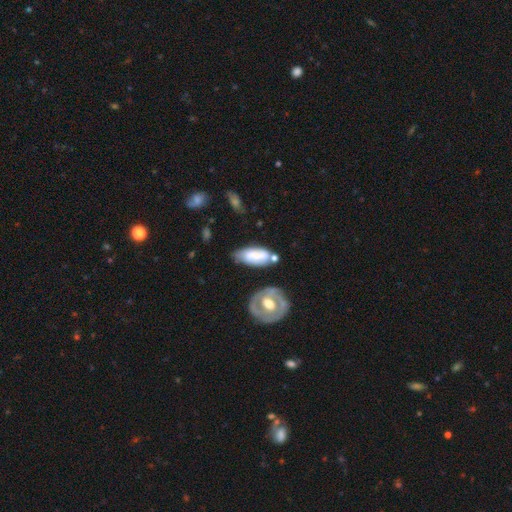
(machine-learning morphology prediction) Q: Smooth or featured?
A: smooth (59%); runner-up: featured or disk (35%)
Q: How rounded?
A: in between (85%); runner-up: cigar-shaped (12%)
Q: Merging?
A: none (51%); runner-up: minor disturbance (26%)